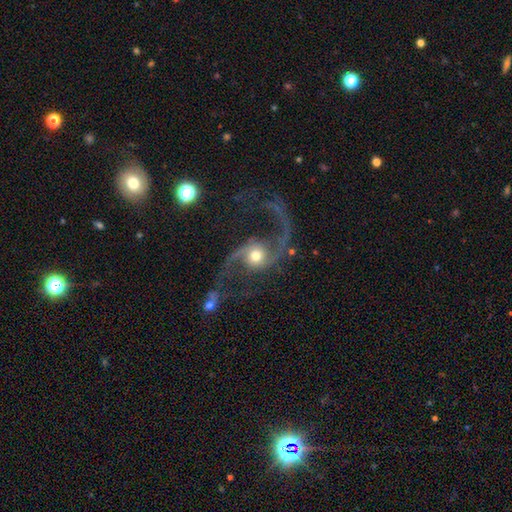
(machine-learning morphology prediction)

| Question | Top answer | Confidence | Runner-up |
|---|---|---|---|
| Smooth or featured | featured or disk | 89% | star or artifact (5%) |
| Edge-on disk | no | 97% | yes (3%) |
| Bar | no | 65% | weak (25%) |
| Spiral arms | yes | 97% | no (3%) |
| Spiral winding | loose | 76% | medium (20%) |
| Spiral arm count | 2 | 93% | 1 (2%) |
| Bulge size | moderate | 62% | small (21%) |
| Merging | none | 59% | major disturbance (19%) |